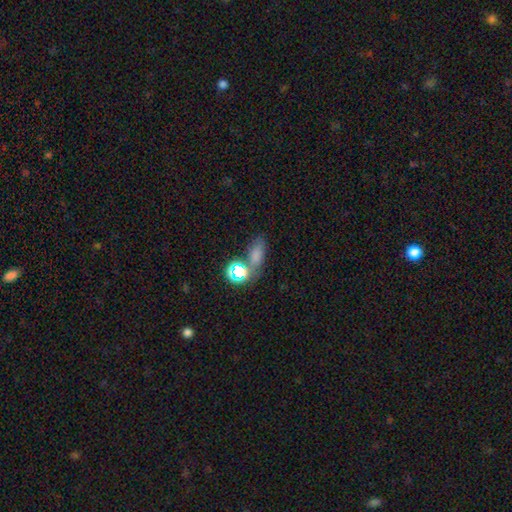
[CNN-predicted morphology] type=smooth (66%); roundness=in between (72%); merging=none (58%).